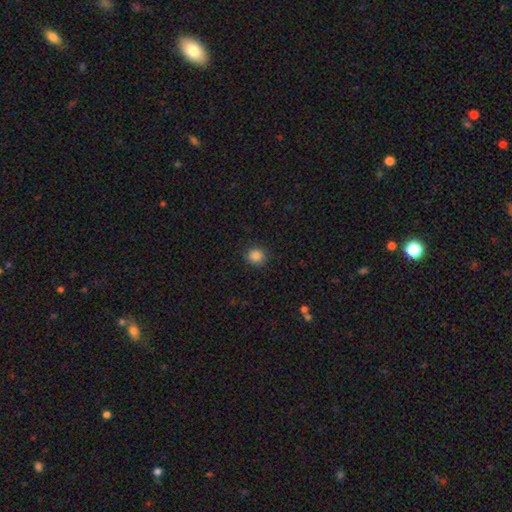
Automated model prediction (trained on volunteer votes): This appears to be a smooth galaxy with no disk features (85%) that is round (84%). Merging: none (85%).